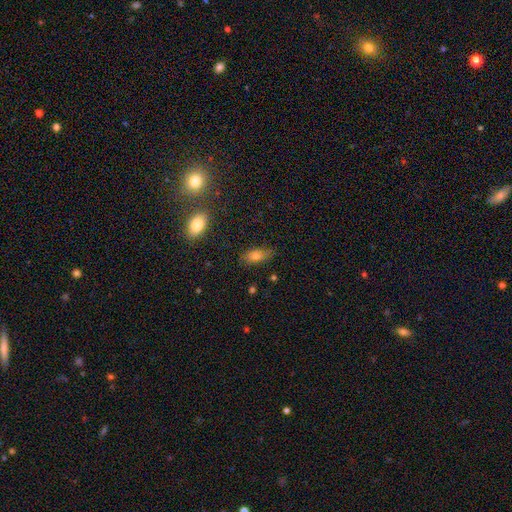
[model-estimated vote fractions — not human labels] The model was most divided on "merging": none: 77%, minor disturbance: 17%, major disturbance: 4%, merger: 2%. More confident: how rounded — in between (85%); smooth or featured — smooth (75%).